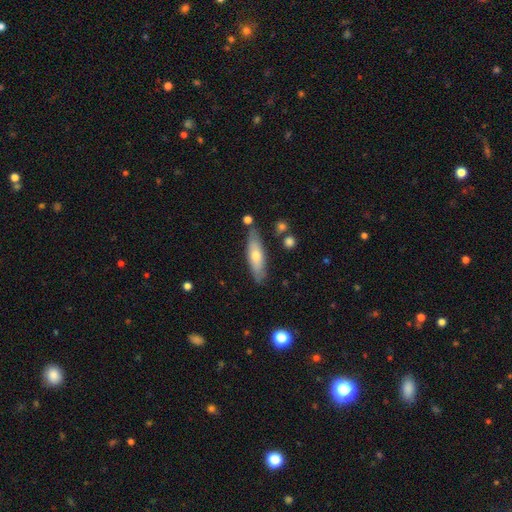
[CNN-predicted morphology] smooth-or-featured: smooth: 57% | featured or disk: 37% | star or artifact: 6%
  how-rounded: cigar-shaped: 61% | in between: 37% | round: 2%
  merging: none: 79% | minor disturbance: 14% | merger: 4% | major disturbance: 3%